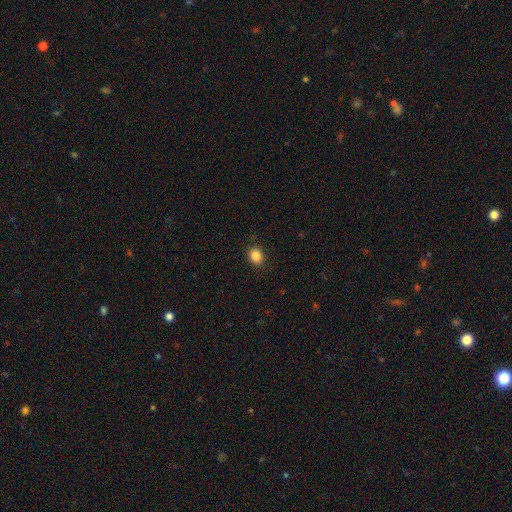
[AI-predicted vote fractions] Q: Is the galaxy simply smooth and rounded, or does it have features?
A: smooth — 85%.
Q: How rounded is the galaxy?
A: round — 62%.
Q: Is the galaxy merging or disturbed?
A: none — 89%.